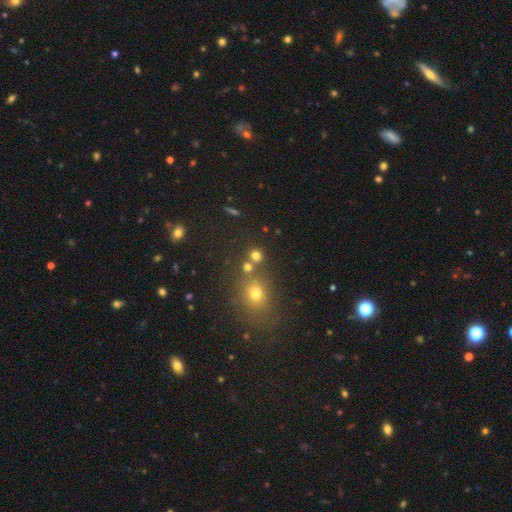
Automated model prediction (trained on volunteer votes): Smooth or featured?
  - smooth: 71% *
  - star or artifact: 21%
  - featured or disk: 8%
How rounded?
  - round: 84% *
  - in between: 15%
  - cigar-shaped: 1%
Merging?
  - none: 68% *
  - merger: 20%
  - minor disturbance: 8%
  - major disturbance: 4%